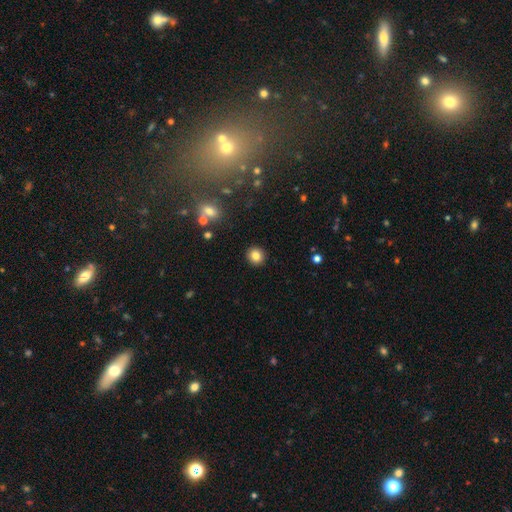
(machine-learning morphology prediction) The model was most divided on "smooth or featured": smooth: 82%, star or artifact: 11%, featured or disk: 7%. More confident: merging — none (92%); how rounded — round (89%).